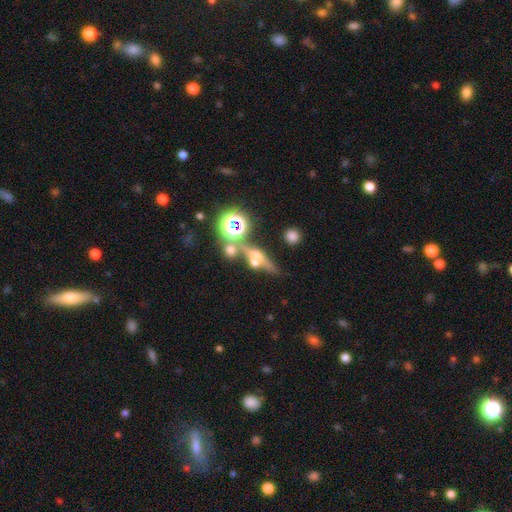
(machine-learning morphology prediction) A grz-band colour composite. It shows a featured or disk galaxy (53%) viewed edge-on (79%). Merging: none (58%).